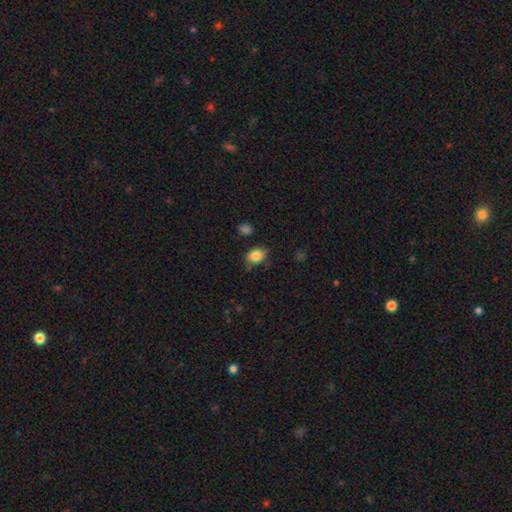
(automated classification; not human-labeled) Smooth or featured? smooth (85%)
How rounded? in between (64%)
Merging? none (67%)